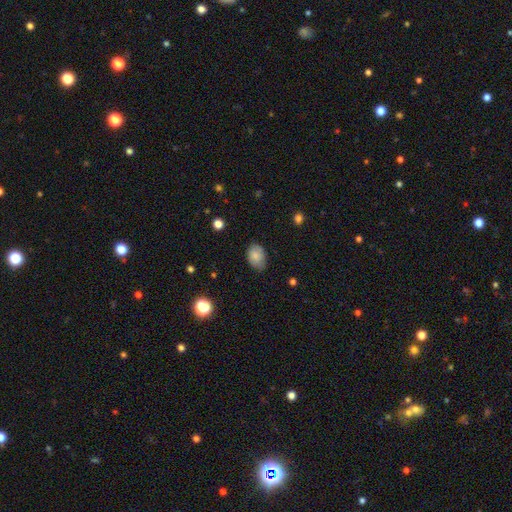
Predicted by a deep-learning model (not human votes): The model was most divided on "merging": none: 73%, minor disturbance: 22%, major disturbance: 4%, merger: 1%. More confident: smooth or featured — smooth (83%); how rounded — in between (80%).